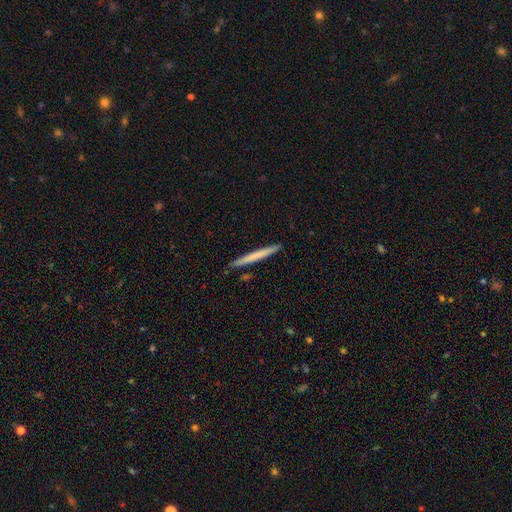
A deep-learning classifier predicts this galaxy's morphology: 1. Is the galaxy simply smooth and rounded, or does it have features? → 63% smooth, 32% featured or disk, 5% star or artifact.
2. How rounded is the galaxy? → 97% cigar-shaped, 2% in between, 1% round.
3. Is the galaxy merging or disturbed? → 91% none, 6% minor disturbance, 1% merger, 1% major disturbance.